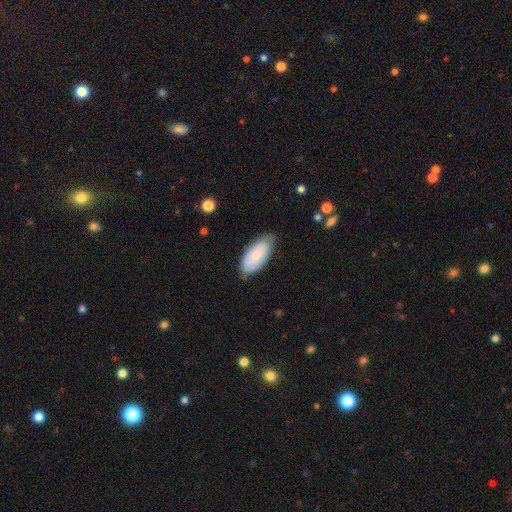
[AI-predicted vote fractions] Overall: smooth (80%). How rounded: in between (91%). Merging: none (71%).